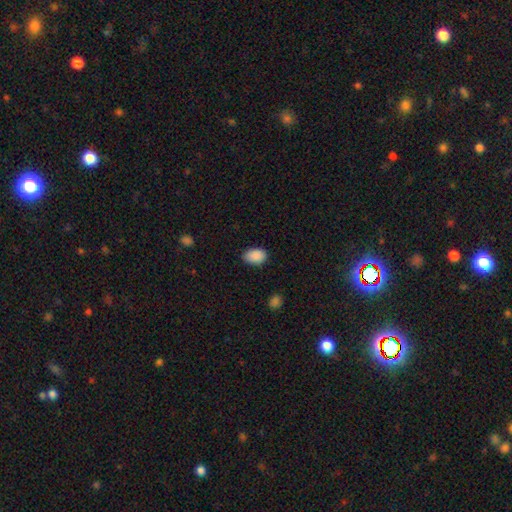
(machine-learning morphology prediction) This is clearly a smooth galaxy (89%). How rounded: clearly in between (87%). Merging: likely none (80%).